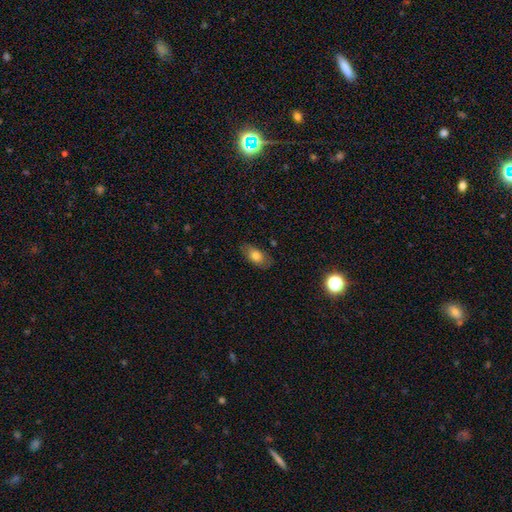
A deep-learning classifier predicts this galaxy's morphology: type=smooth (74%); roundness=in between (87%); merging=none (75%).